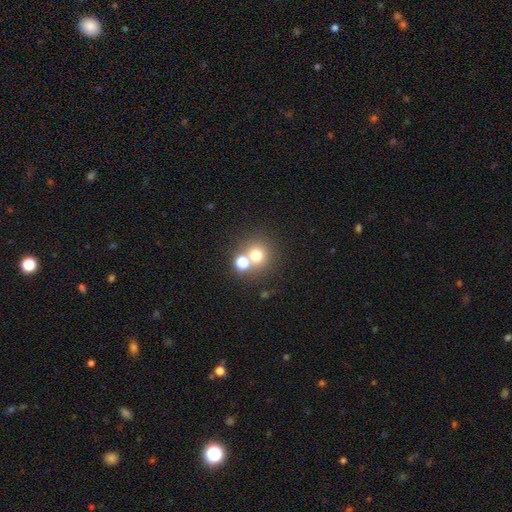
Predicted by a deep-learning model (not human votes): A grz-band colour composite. It shows a smooth galaxy with no disk features (69%) that is round (90%). Merging: none (62%).